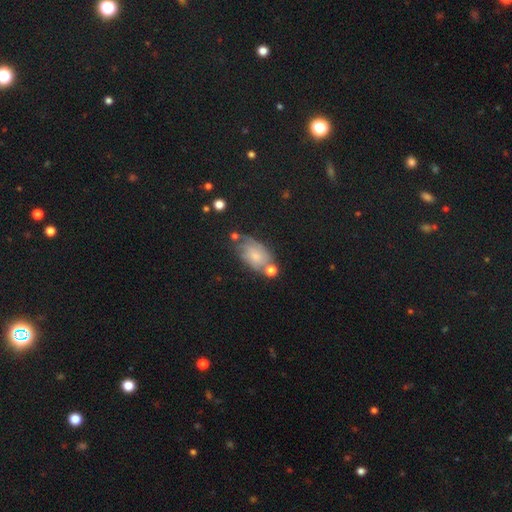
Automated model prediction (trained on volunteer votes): smooth_or_featured: smooth (p=0.52) [alt: featured or disk p=0.37]
how_rounded: in between (p=0.88) [alt: round p=0.09]
merging: none (p=0.44) [alt: minor disturbance p=0.28]